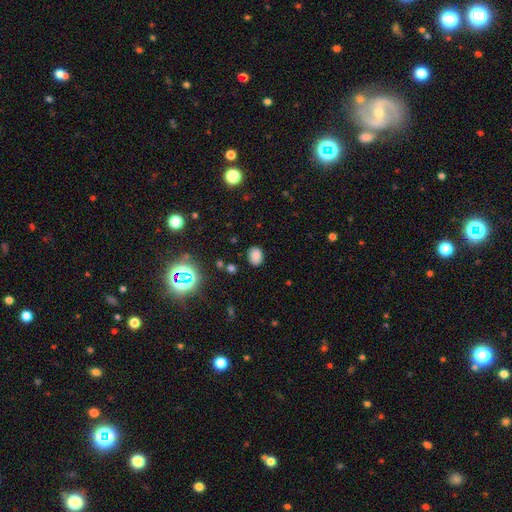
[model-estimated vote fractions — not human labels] Overall: smooth (81%). How rounded: in between (64%; round 35%). Merging: none (84%).